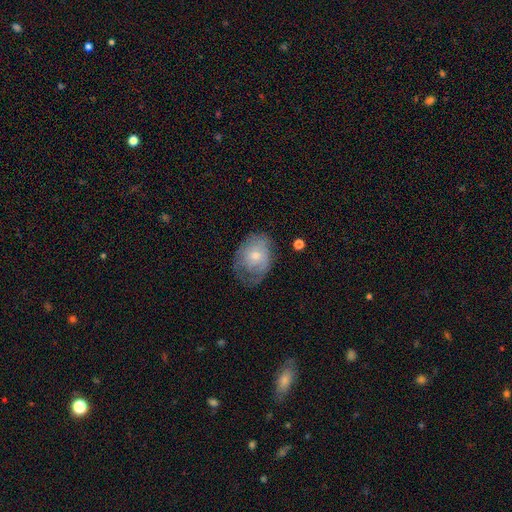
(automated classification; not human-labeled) Morphology: type=smooth (49%); merging=none (44%).